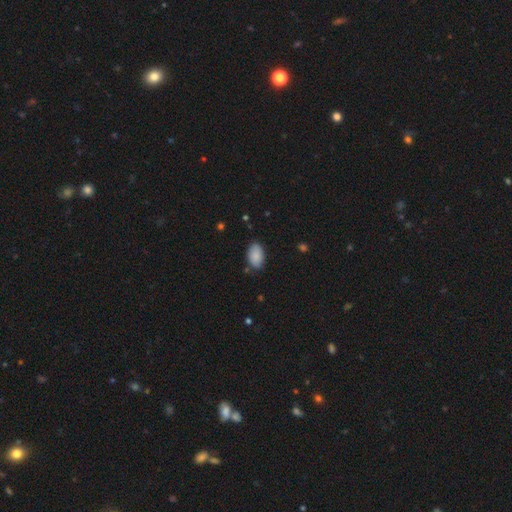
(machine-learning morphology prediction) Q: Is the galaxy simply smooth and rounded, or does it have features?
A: smooth — 88%.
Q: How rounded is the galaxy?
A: in between — 93%.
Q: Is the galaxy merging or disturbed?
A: none — 80%.